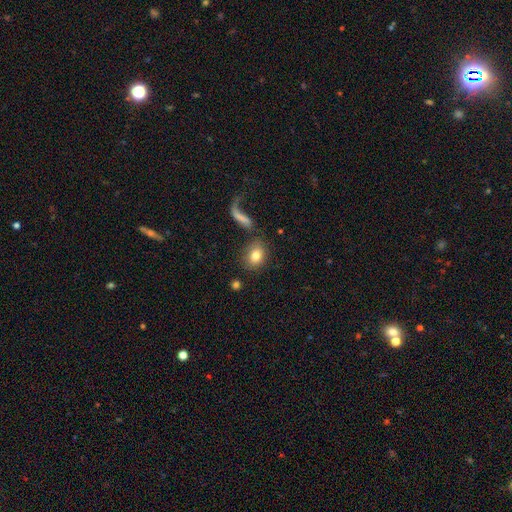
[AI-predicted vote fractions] A smooth galaxy with no disk features (80%) that is in between round and cigar-shaped (58%). Merging: none (71%).